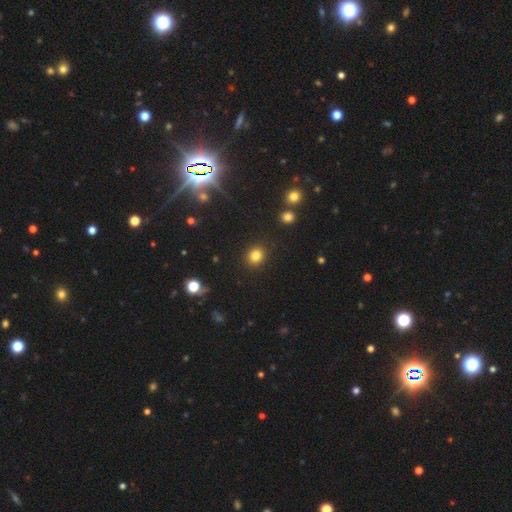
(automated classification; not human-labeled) Smooth or featured?
  - smooth: 82% *
  - star or artifact: 12%
  - featured or disk: 6%
How rounded?
  - round: 79% *
  - in between: 20%
  - cigar-shaped: 1%
Merging?
  - none: 90% *
  - minor disturbance: 6%
  - major disturbance: 2%
  - merger: 2%